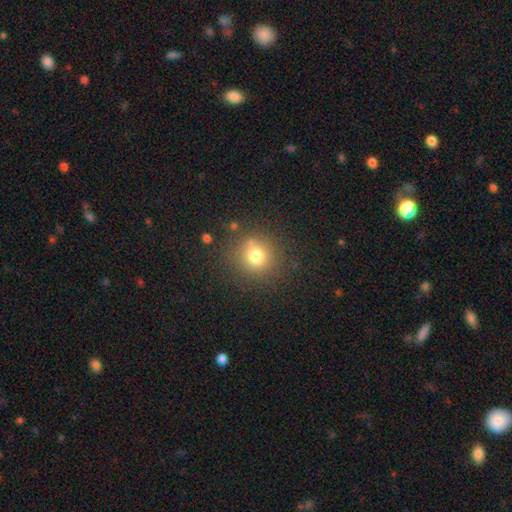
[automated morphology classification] This appears to be a smooth galaxy with no disk features (74%) that is round (89%). Merging: none (80%).